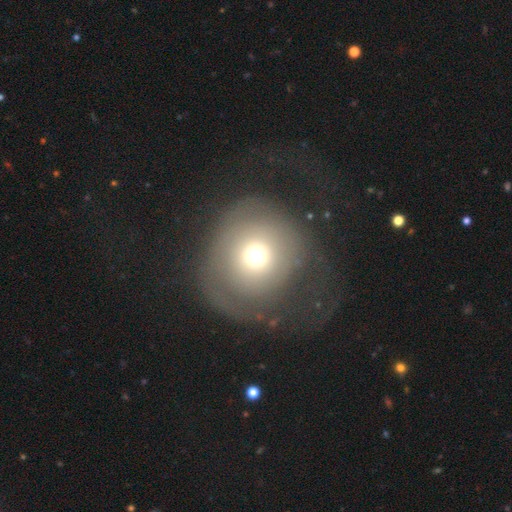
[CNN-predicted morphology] smooth 60%, featured or disk 28%, star or artifact 12%. Down the decision tree: how rounded — round (89%); merging — none (46%).